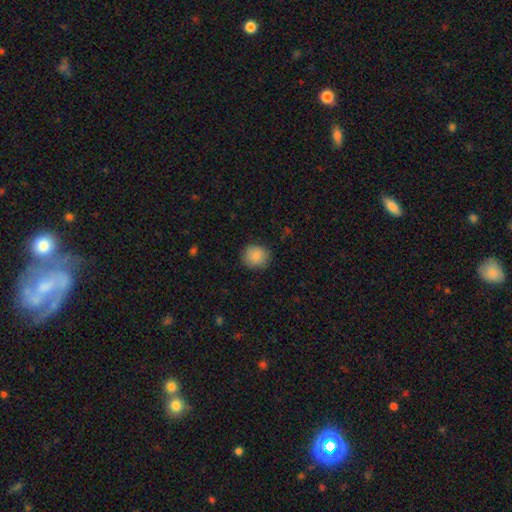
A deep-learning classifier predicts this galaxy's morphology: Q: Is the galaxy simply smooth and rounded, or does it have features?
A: smooth — 87%.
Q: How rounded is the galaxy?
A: round — 78%.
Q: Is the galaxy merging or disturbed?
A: none — 86%.